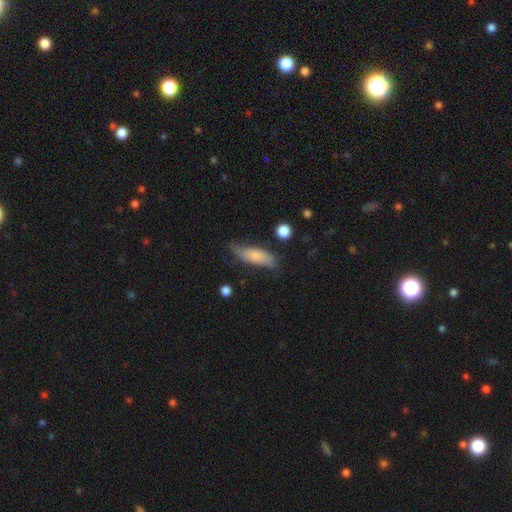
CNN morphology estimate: smooth_or_featured: smooth (p=0.73) [alt: featured or disk p=0.20]
how_rounded: in between (p=0.57) [alt: cigar-shaped p=0.41]
merging: none (p=0.61) [alt: minor disturbance p=0.29]